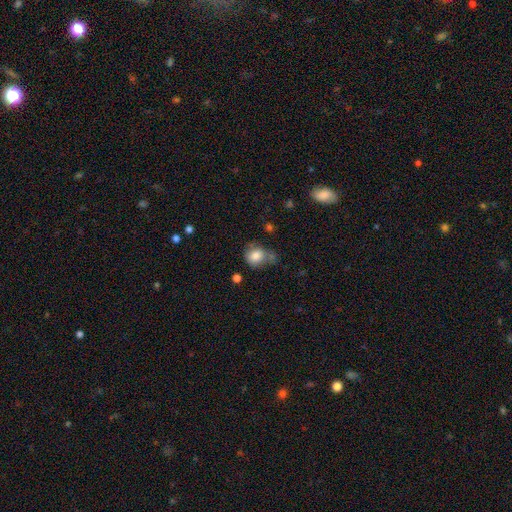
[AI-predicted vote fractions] smooth_or_featured: smooth (p=0.81) [alt: featured or disk p=0.10]
how_rounded: round (p=0.72) [alt: in between p=0.27]
merging: none (p=0.50) [alt: minor disturbance p=0.26]